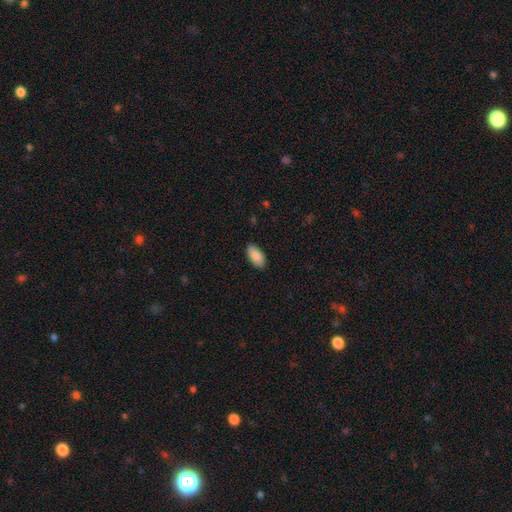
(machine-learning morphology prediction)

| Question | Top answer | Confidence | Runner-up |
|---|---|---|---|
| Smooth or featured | smooth | 90% | star or artifact (6%) |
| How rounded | in between | 94% | cigar-shaped (4%) |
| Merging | none | 88% | minor disturbance (9%) |